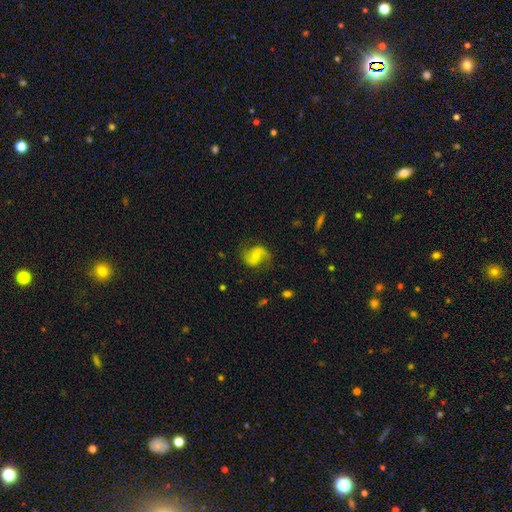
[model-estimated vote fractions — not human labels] smooth-or-featured: featured or disk: 76% | smooth: 17% | star or artifact: 7%
  disk-edge-on: no: 97% | yes: 3%
    bar: weak: 46% | no: 31% | strong: 23%
    has-spiral-arms: yes: 94% | no: 6%
      spiral-winding: loose: 51% | medium: 39% | tight: 10%
      spiral-arm-count: 2: 90% | can't tell: 4% | 1: 4% | 3: 1% | 4: 1% | more than 4: 1%
    bulge-size: small: 54% | moderate: 32% | none: 11% | large: 2% | dominant: 1%
  merging: none: 73% | minor disturbance: 17% | major disturbance: 8% | merger: 1%